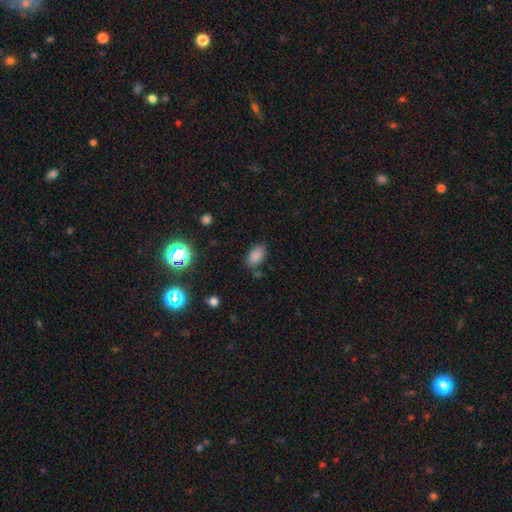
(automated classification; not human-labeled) This is clearly a smooth galaxy (83%). How rounded: clearly in between (89%). Merging: likely none (77%).